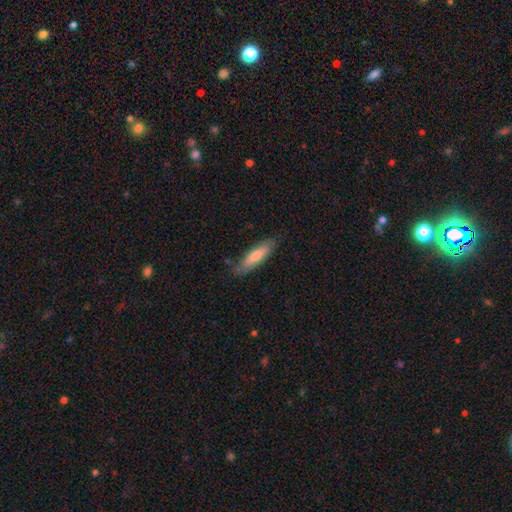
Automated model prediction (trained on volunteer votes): Smooth or featured?
  - smooth: 70% *
  - featured or disk: 24%
  - star or artifact: 6%
How rounded?
  - cigar-shaped: 67% *
  - in between: 32%
  - round: 1%
Merging?
  - none: 80% *
  - minor disturbance: 15%
  - major disturbance: 3%
  - merger: 2%